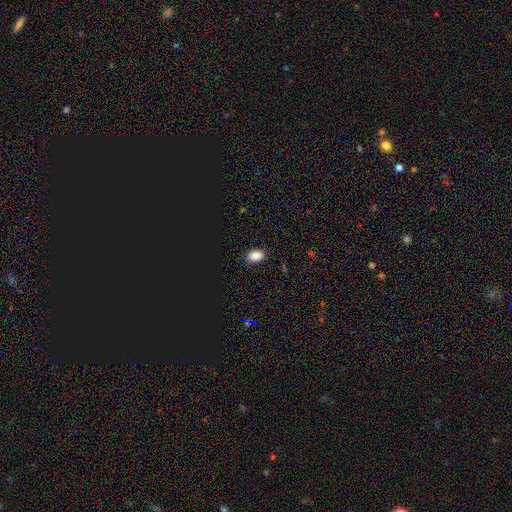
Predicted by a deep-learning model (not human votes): Overall: smooth (83%). How rounded: in between (87%). Merging: none (86%).